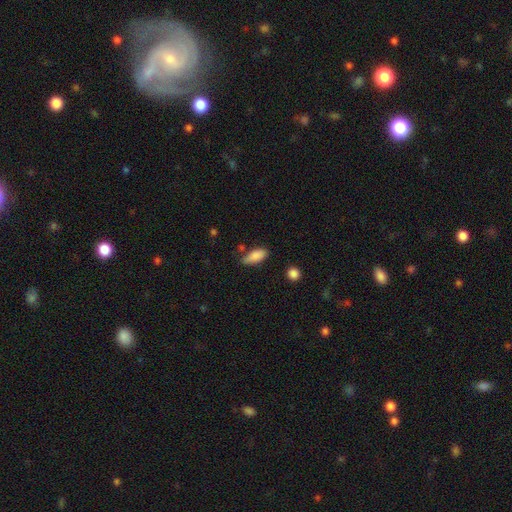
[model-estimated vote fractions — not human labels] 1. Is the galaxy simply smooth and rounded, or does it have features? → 86% smooth, 7% star or artifact, 7% featured or disk.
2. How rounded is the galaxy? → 84% in between, 13% cigar-shaped, 2% round.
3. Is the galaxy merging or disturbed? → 63% none, 27% minor disturbance, 5% major disturbance, 5% merger.